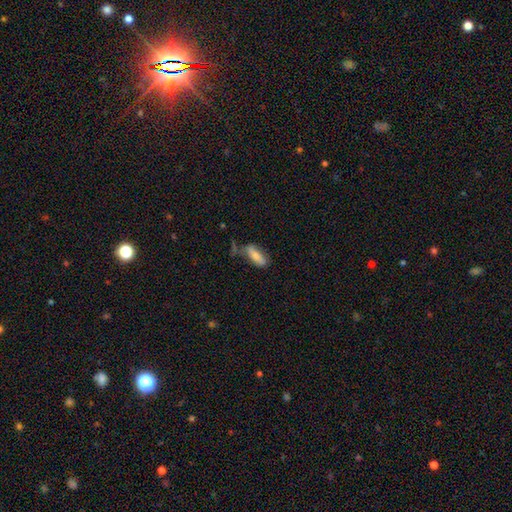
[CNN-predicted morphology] A smooth galaxy with no disk features (70%) that is in between round and cigar-shaped (76%). Merging: none (49%).